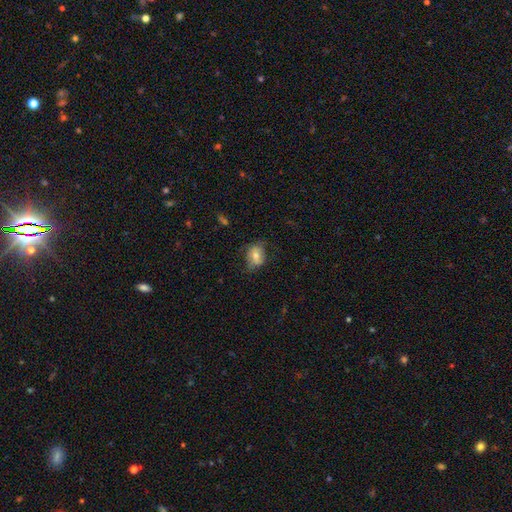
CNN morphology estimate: smooth_or_featured: smooth (p=0.59) [alt: featured or disk p=0.31]
how_rounded: in between (p=0.67) [alt: round p=0.32]
merging: none (p=0.61) [alt: minor disturbance p=0.27]